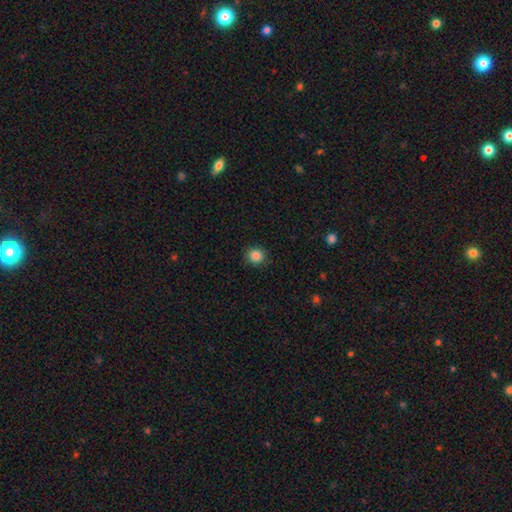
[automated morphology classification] The model was most divided on "how rounded": round: 86%, in between: 13%, cigar-shaped: 1%. More confident: merging — none (89%); smooth or featured — smooth (85%).